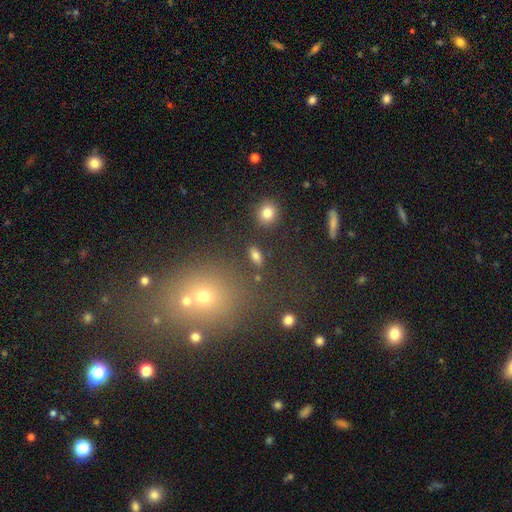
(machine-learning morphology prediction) smooth_or_featured: smooth (p=0.79) [alt: star or artifact p=0.12]
how_rounded: in between (p=0.81) [alt: round p=0.11]
merging: none (p=0.86) [alt: minor disturbance p=0.08]